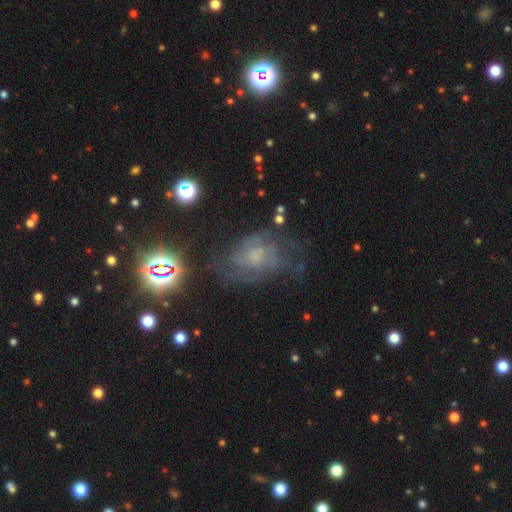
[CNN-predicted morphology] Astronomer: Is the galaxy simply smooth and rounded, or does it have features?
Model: featured or disk — 62%.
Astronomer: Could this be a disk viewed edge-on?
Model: no — 96%.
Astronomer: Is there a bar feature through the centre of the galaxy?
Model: no — 71%.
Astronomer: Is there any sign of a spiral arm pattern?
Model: yes — 79%.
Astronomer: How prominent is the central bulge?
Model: small — 32% (runner-up: none, 31%).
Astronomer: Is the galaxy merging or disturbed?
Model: none — 56%.